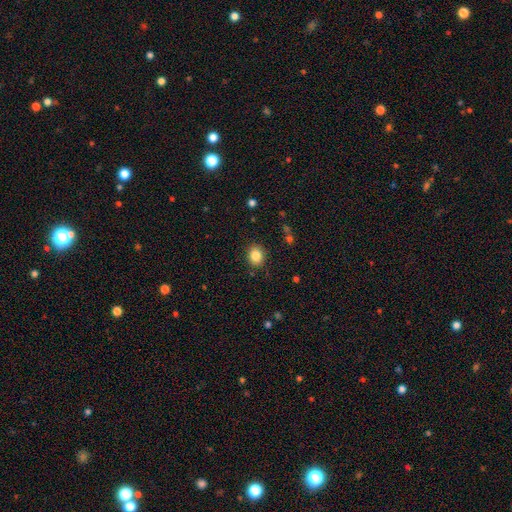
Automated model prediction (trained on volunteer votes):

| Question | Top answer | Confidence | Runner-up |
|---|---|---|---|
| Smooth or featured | smooth | 85% | star or artifact (10%) |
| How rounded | round | 57% | in between (42%) |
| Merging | none | 88% | minor disturbance (8%) |